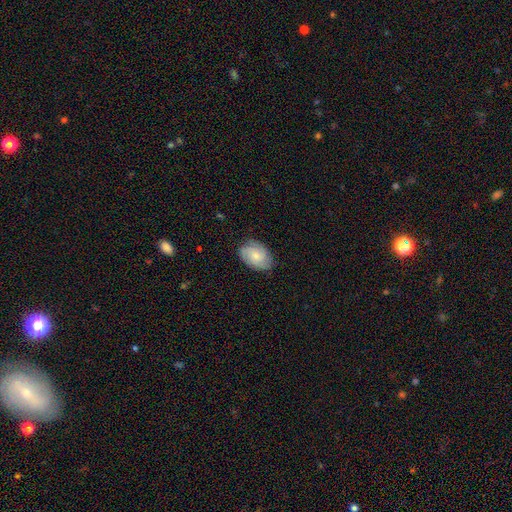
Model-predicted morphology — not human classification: Q: Smooth or featured?
A: smooth (48%); runner-up: featured or disk (46%)
Q: Merging?
A: none (76%); runner-up: minor disturbance (19%)